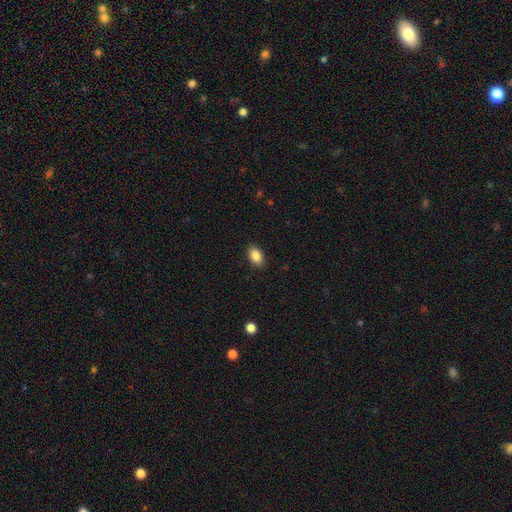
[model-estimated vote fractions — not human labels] A smooth galaxy with no disk features (88%) that is in between round and cigar-shaped (90%). Merging: none (89%).